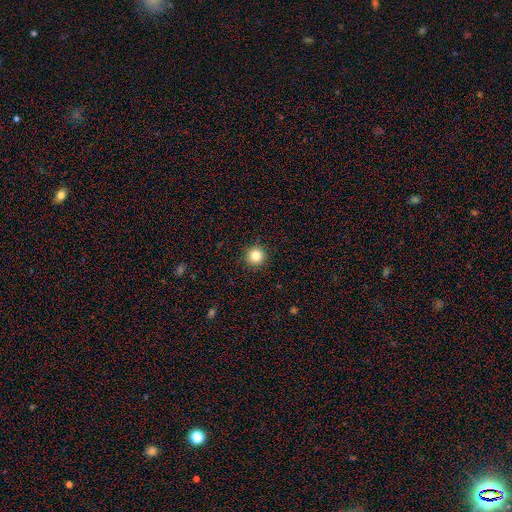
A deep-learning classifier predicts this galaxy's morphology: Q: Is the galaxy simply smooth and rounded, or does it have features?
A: smooth — 83%.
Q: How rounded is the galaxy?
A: round — 96%.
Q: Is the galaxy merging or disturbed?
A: none — 92%.